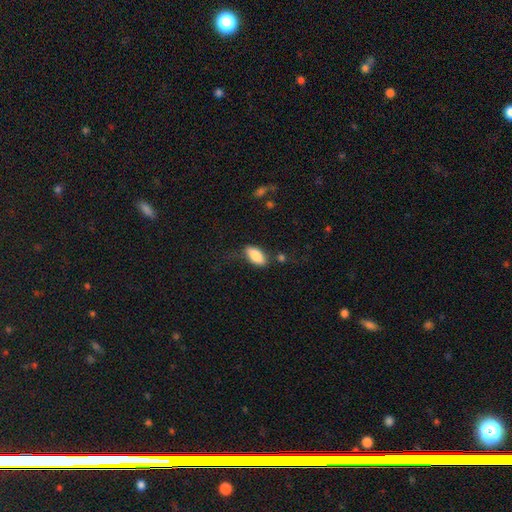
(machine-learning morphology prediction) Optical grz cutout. It shows a smooth galaxy with no disk features (84%) that is in between round and cigar-shaped (88%). Merging: none (68%).